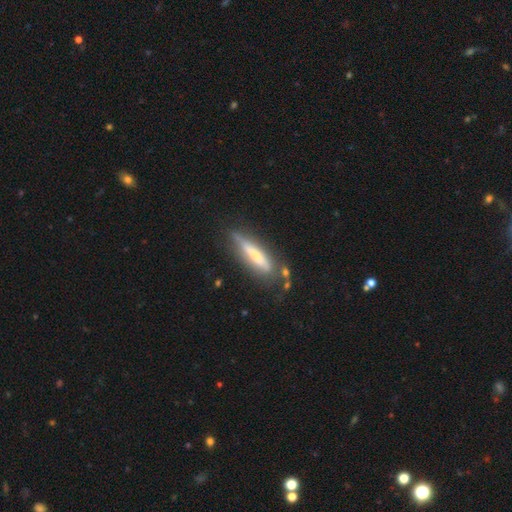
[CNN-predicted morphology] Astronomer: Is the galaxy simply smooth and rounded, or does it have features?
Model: smooth — 50% (runner-up: featured or disk, 44%).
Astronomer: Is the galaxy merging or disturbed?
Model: none — 66%.